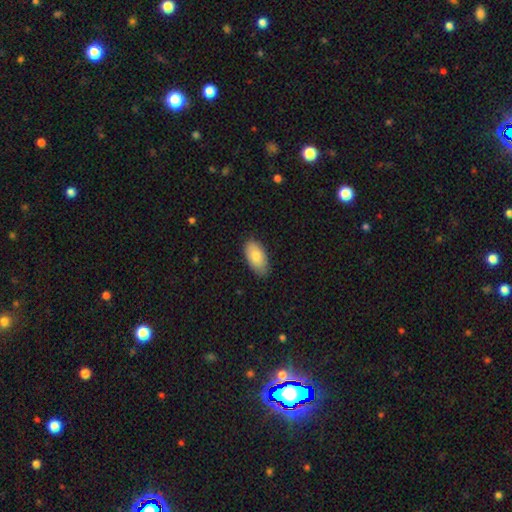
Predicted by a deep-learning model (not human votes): Morphology: type=smooth (83%); roundness=in between (94%); merging=none (81%).